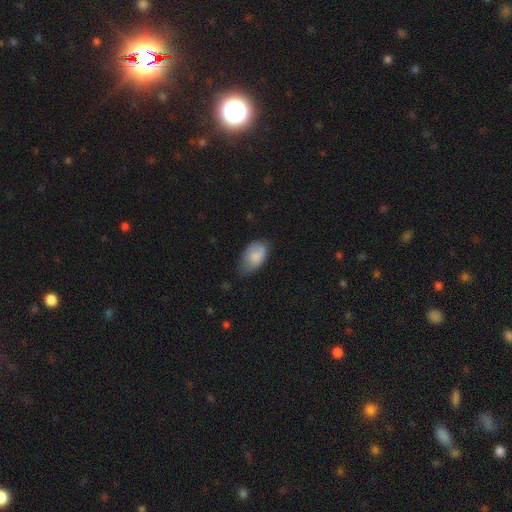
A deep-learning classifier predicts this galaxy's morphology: Smooth or featured?
  - smooth: 80% *
  - featured or disk: 14%
  - star or artifact: 7%
How rounded?
  - in between: 93% *
  - round: 5%
  - cigar-shaped: 2%
Merging?
  - none: 50% *
  - minor disturbance: 38%
  - major disturbance: 10%
  - merger: 2%